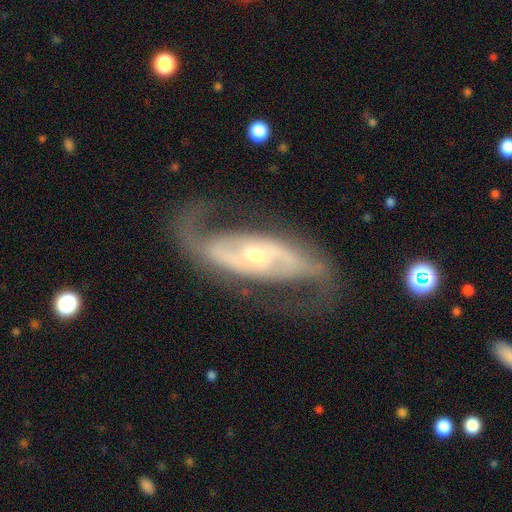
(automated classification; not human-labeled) Q: Smooth or featured?
A: featured or disk (86%); runner-up: smooth (9%)
Q: Edge-on disk?
A: no (92%); runner-up: yes (8%)
Q: Bar?
A: no (41%); runner-up: weak (30%)
Q: Spiral arms?
A: yes (90%); runner-up: no (10%)
Q: Spiral winding?
A: loose (43%); runner-up: medium (41%)
Q: Spiral arm count?
A: 2 (88%); runner-up: can't tell (6%)
Q: Bulge size?
A: small (48%); runner-up: moderate (47%)
Q: Merging?
A: none (68%); runner-up: minor disturbance (16%)